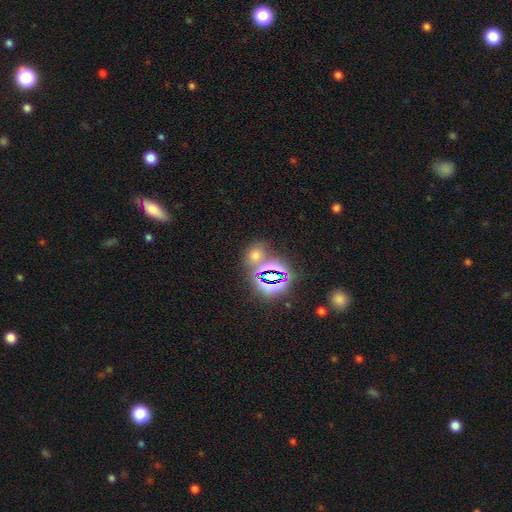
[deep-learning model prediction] Overall: star or artifact (50%; smooth 42%).